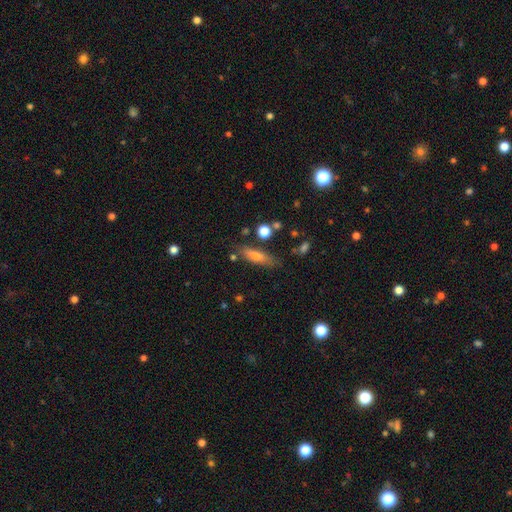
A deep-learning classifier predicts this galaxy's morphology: smooth 66%, featured or disk 25%, star or artifact 9%. Down the decision tree: how rounded — cigar-shaped (56%); merging — none (73%).